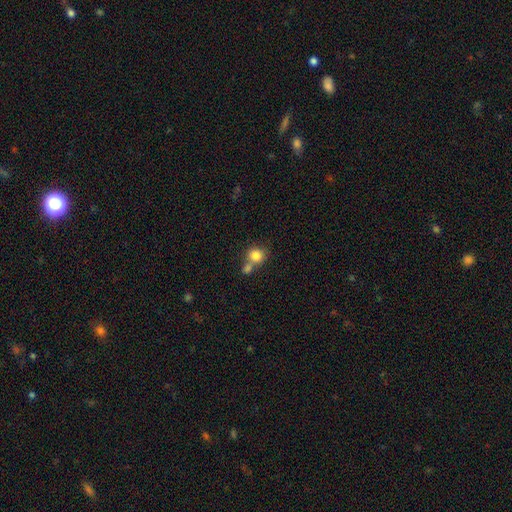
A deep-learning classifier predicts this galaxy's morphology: A smooth galaxy with no disk features (82%) that is round (81%).

Vote fractions:
- Smooth or featured? smooth: 82% / star or artifact: 10% / featured or disk: 8%
- How rounded? round: 81% / in between: 18% / cigar-shaped: 1%
- Merging? none: 45% / merger: 42% / minor disturbance: 9% / major disturbance: 4%